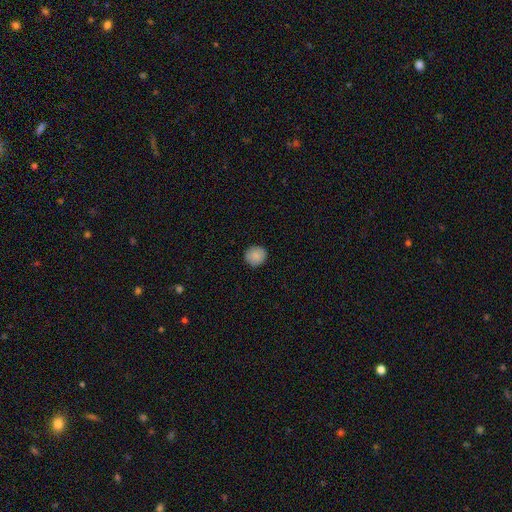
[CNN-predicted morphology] type=smooth (87%); roundness=round (92%); merging=none (90%).